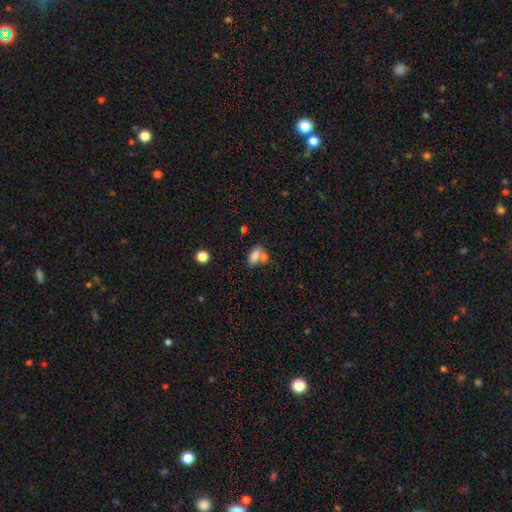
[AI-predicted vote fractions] This is likely a smooth galaxy (79%). How rounded: clearly in between (86%). Merging: possibly merger (47%).